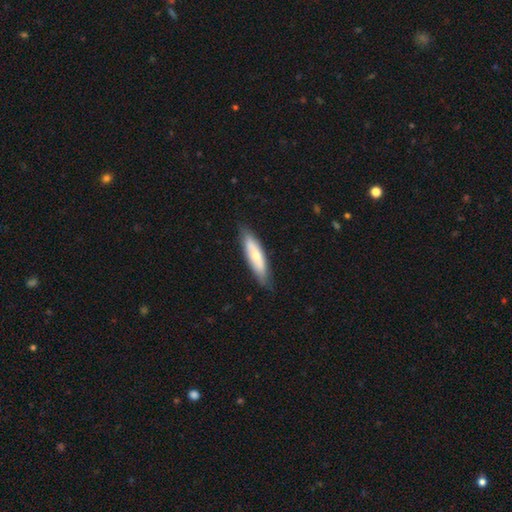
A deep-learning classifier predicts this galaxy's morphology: Q: Smooth or featured?
A: smooth (62%); runner-up: featured or disk (33%)
Q: How rounded?
A: cigar-shaped (68%); runner-up: in between (31%)
Q: Merging?
A: none (81%); runner-up: minor disturbance (15%)